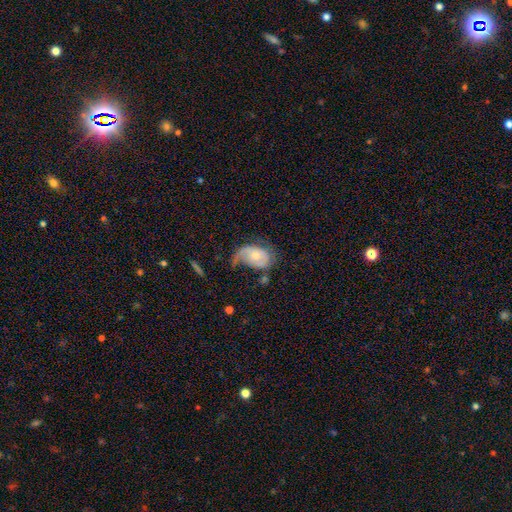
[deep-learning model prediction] featured or disk 56%, smooth 38%, star or artifact 7%. Down the decision tree: edge-on disk — no (95%); bar — no (77%); spiral arms — yes (73%); bulge size — moderate (54%); merging — major disturbance (37%).